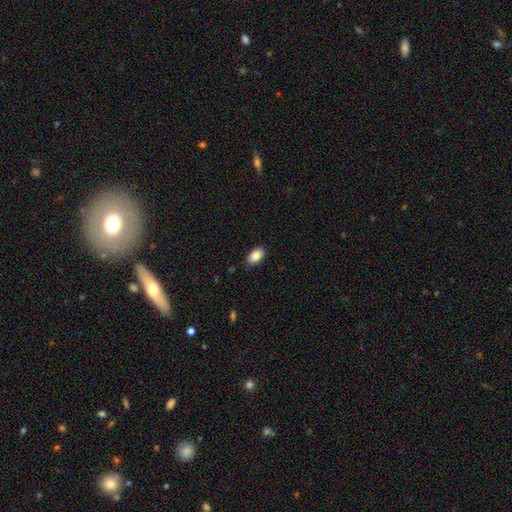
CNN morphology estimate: Smooth or featured? Predicted: smooth (p=0.87). How rounded? Predicted: in between (p=0.92). Merging? Predicted: none (p=0.87).